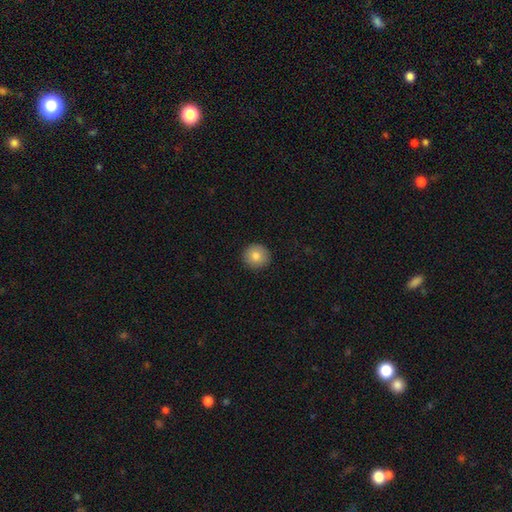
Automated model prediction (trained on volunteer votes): Overall: smooth (83%). How rounded: round (93%). Merging: none (91%).